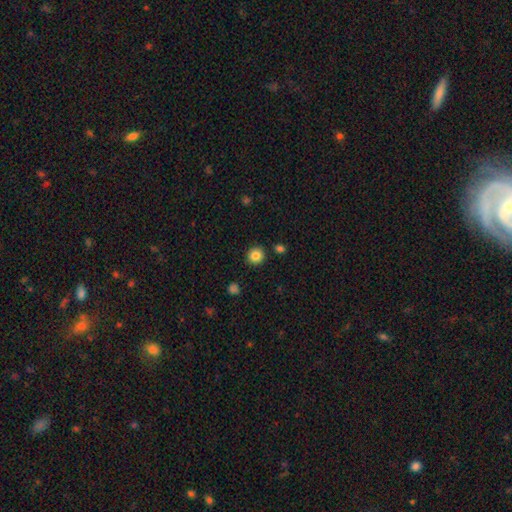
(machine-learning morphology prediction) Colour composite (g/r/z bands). It shows a smooth galaxy with no disk features (85%) that is round (90%). Merging: none (89%).